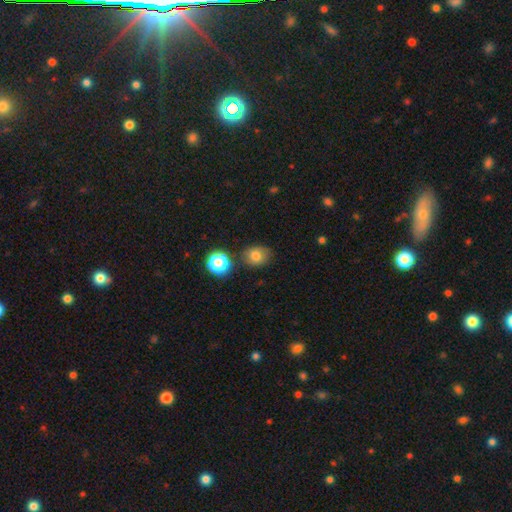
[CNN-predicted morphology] smooth-or-featured: smooth: 77% | star or artifact: 14% | featured or disk: 9%
  how-rounded: round: 63% | in between: 36% | cigar-shaped: 1%
  merging: none: 76% | minor disturbance: 14% | merger: 6% | major disturbance: 4%